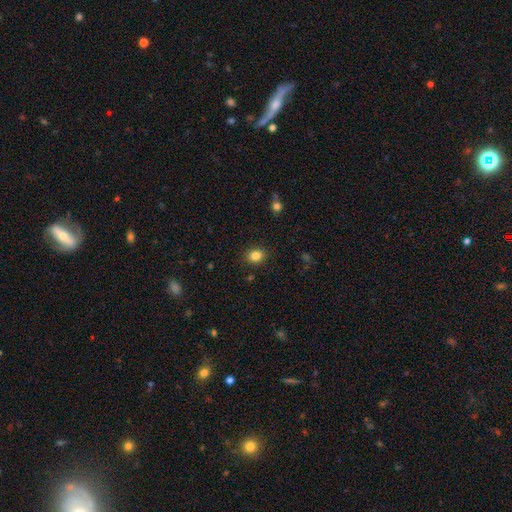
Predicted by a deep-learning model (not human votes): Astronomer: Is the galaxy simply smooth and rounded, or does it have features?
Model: smooth — 84%.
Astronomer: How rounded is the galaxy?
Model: round — 61% (runner-up: in between, 38%).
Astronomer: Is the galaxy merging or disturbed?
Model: none — 88%.